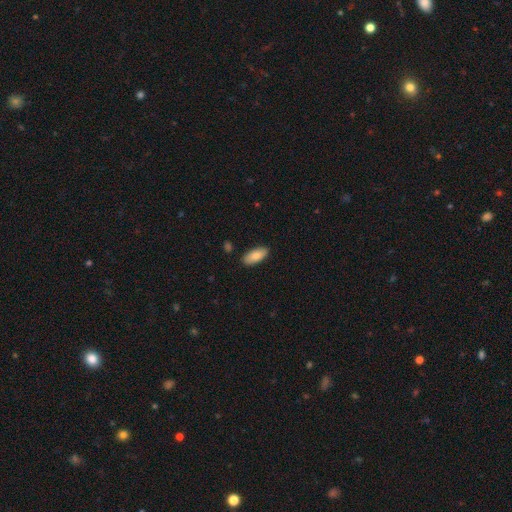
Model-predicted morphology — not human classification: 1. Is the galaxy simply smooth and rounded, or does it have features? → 83% smooth, 11% featured or disk, 6% star or artifact.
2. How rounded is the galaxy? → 87% in between, 11% cigar-shaped, 2% round.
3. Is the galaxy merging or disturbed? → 87% none, 9% minor disturbance, 2% major disturbance, 1% merger.